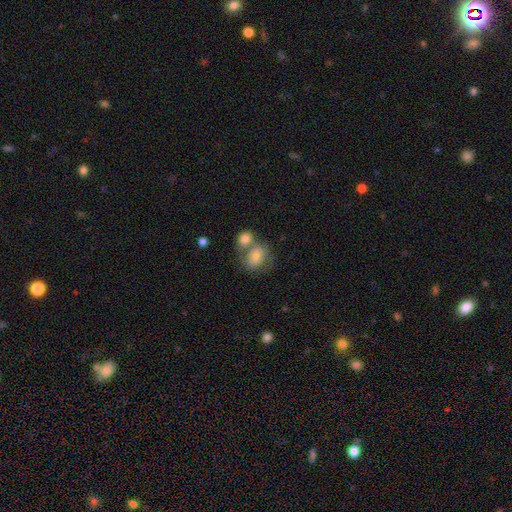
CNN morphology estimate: Q: Smooth or featured?
A: smooth (68%); runner-up: featured or disk (22%)
Q: How rounded?
A: in between (52%); runner-up: round (47%)
Q: Merging?
A: merger (48%); runner-up: none (35%)